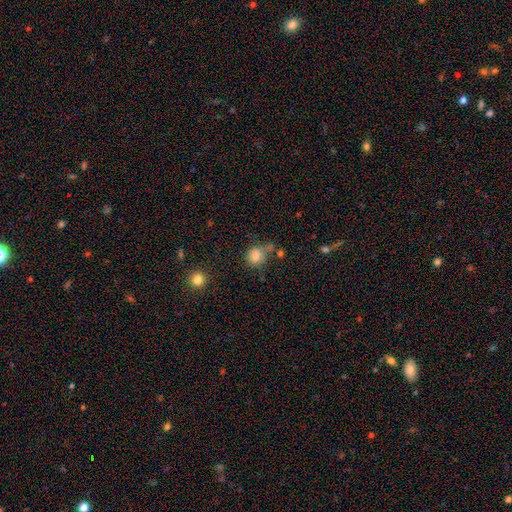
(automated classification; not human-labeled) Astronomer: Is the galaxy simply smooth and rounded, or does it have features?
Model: smooth — 82%.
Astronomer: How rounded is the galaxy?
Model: round — 77%.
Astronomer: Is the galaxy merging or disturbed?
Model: none — 55%.